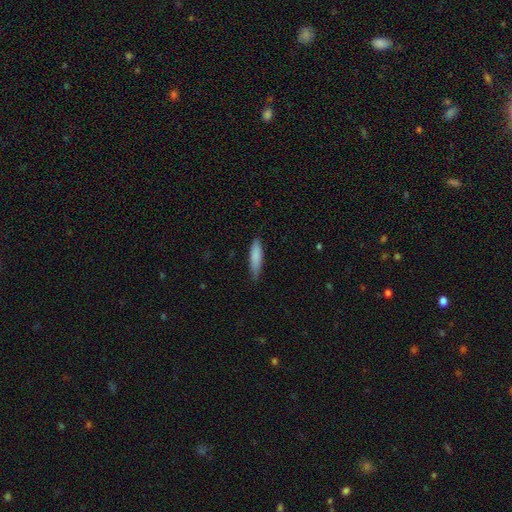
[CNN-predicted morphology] type=smooth (85%); roundness=cigar-shaped (64%); merging=none (76%).